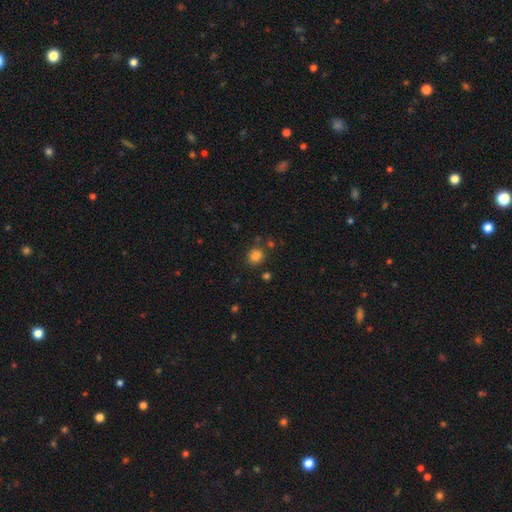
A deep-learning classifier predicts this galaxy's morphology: A smooth galaxy with no disk features (82%) that is round (81%). Merging: none (81%).